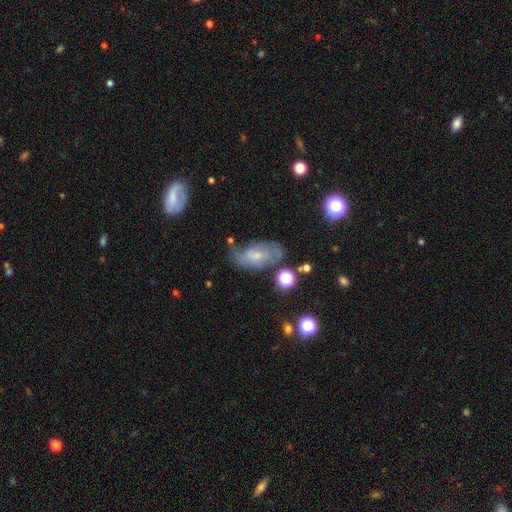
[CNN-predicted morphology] Overall: featured or disk (48%; smooth 41%). Merging: none (54%; minor disturbance 27%).